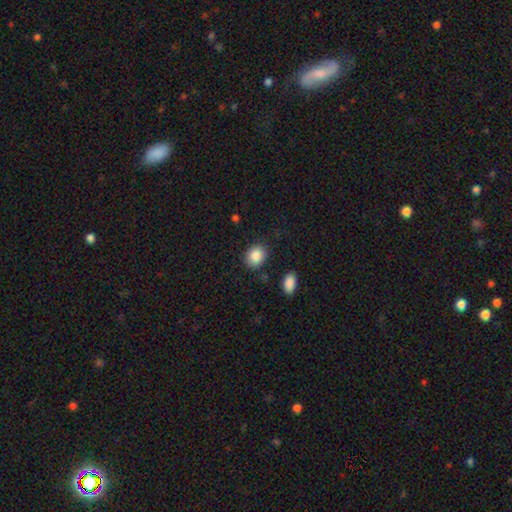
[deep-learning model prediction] Smooth or featured: smooth — 87% (star or artifact — 8%)
How rounded: round — 51% (in between — 48%)
Merging: none — 85% (minor disturbance — 10%)